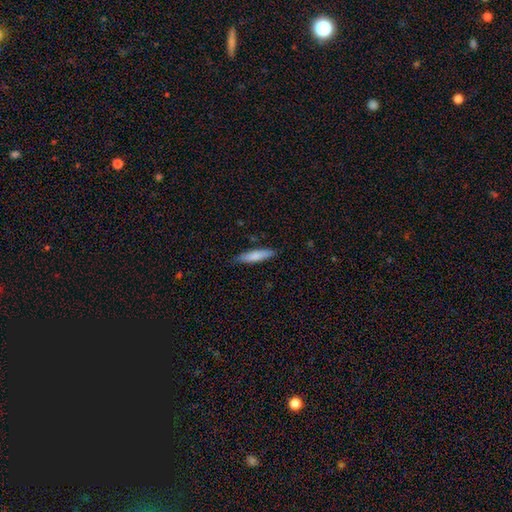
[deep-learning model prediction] Smooth or featured?
  - smooth: 81% *
  - featured or disk: 13%
  - star or artifact: 6%
How rounded?
  - cigar-shaped: 80% *
  - in between: 18%
  - round: 1%
Merging?
  - none: 86% *
  - minor disturbance: 11%
  - major disturbance: 2%
  - merger: 1%